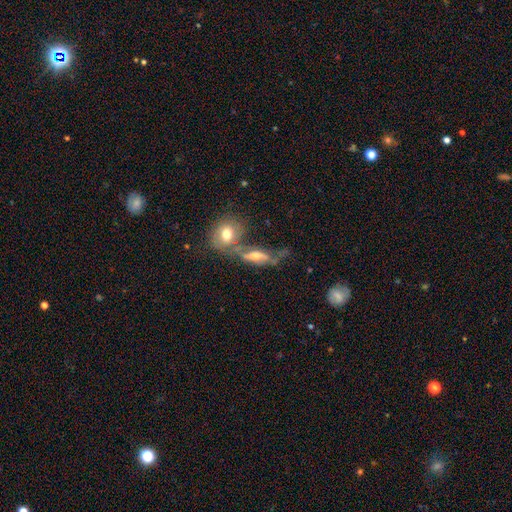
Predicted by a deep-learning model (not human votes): smooth_or_featured: featured or disk (p=0.50) [alt: smooth p=0.38]
merging: merger (p=0.37) [alt: none p=0.31]